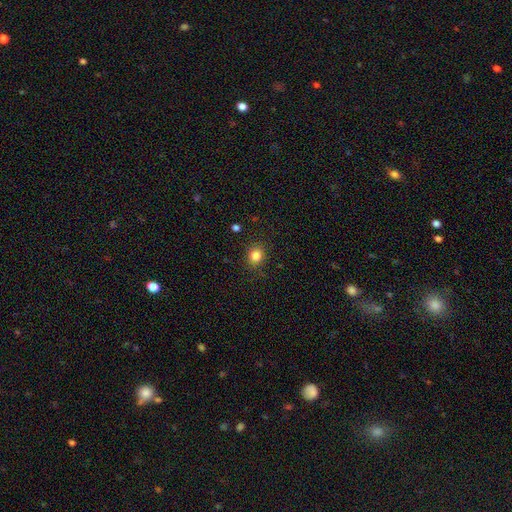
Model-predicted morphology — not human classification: smooth 84%, star or artifact 11%, featured or disk 5%. Down the decision tree: how rounded — round (72%); merging — none (87%).